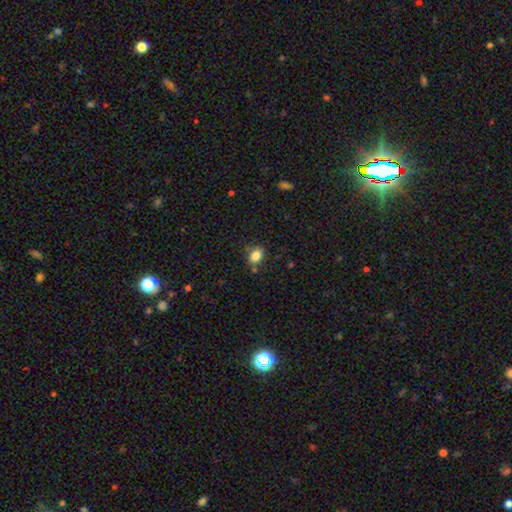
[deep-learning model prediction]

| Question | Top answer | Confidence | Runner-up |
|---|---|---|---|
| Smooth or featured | smooth | 84% | star or artifact (10%) |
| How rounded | in between | 70% | round (29%) |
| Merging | none | 76% | minor disturbance (15%) |